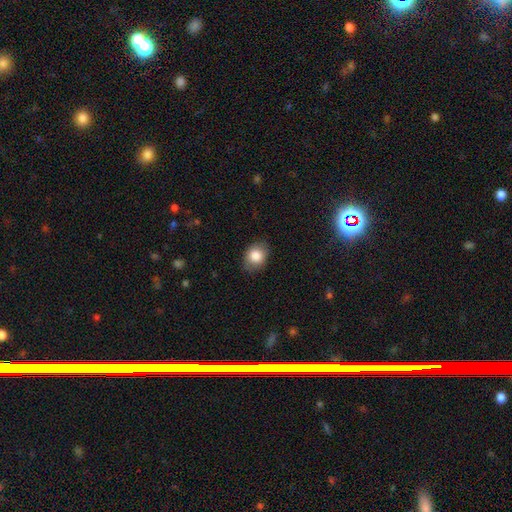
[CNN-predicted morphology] The model was most divided on "how rounded": in between: 57%, round: 42%, cigar-shaped: 1%. More confident: smooth or featured — smooth (84%); merging — none (81%).